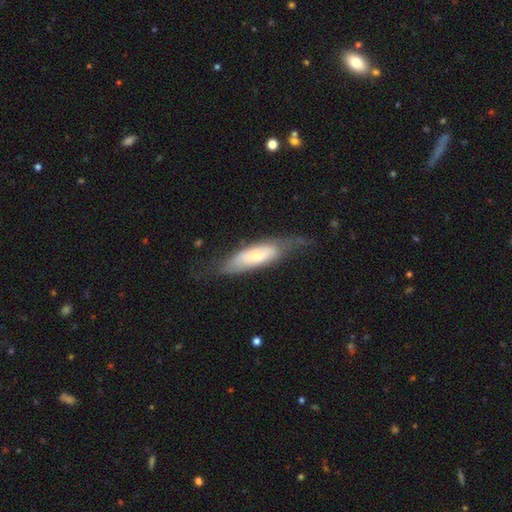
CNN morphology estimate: smooth-or-featured: smooth: 50% | featured or disk: 43% | star or artifact: 6%
  how-rounded: in between: 55% | cigar-shaped: 43% | round: 2%
  merging: none: 49% | minor disturbance: 29% | major disturbance: 20% | merger: 2%